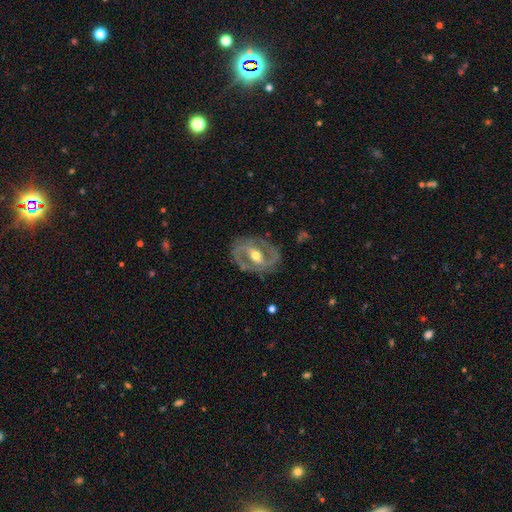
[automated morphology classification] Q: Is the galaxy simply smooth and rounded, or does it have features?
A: featured or disk — 82%.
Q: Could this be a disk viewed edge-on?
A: no — 95%.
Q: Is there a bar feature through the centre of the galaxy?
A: strong — 41%.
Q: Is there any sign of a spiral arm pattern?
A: yes — 77%.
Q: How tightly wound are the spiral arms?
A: medium — 47%.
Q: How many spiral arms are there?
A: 2 — 84%.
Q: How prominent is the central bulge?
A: moderate — 73%.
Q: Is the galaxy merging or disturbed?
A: none — 78%.